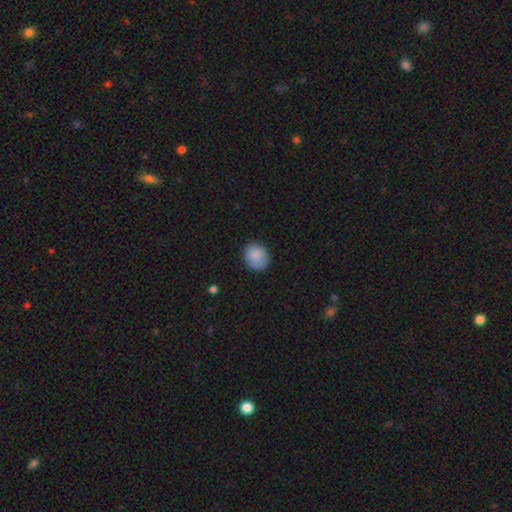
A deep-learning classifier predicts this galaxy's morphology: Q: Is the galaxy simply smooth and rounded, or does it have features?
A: smooth — 87%.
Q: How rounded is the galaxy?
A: round — 72%.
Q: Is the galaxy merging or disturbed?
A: none — 80%.